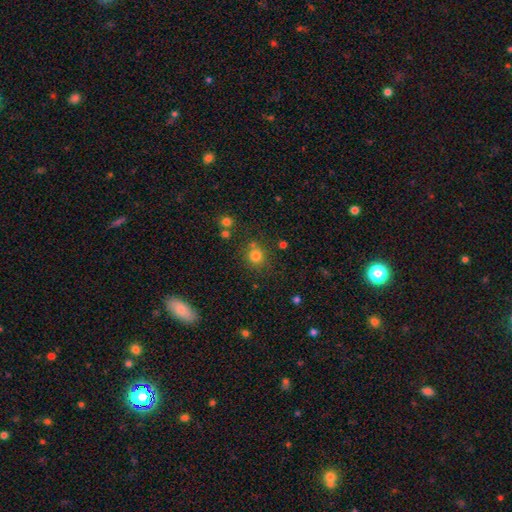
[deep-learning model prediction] This appears to be a smooth galaxy with no disk features (78%) that is round (86%). Merging: none (72%).